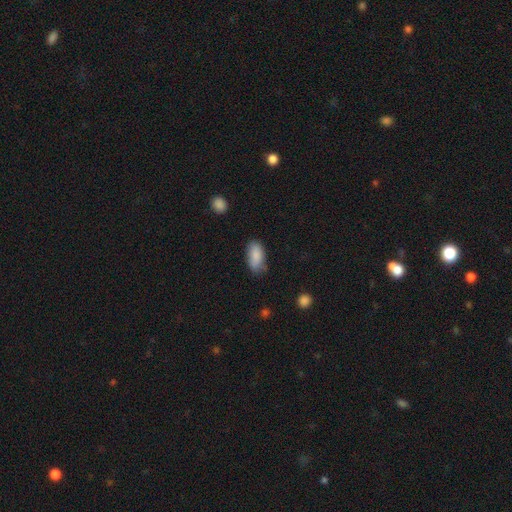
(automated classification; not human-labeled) Smooth or featured?
  - smooth: 87% *
  - star or artifact: 7%
  - featured or disk: 6%
How rounded?
  - in between: 91% *
  - cigar-shaped: 7%
  - round: 3%
Merging?
  - none: 70% *
  - minor disturbance: 23%
  - major disturbance: 5%
  - merger: 2%